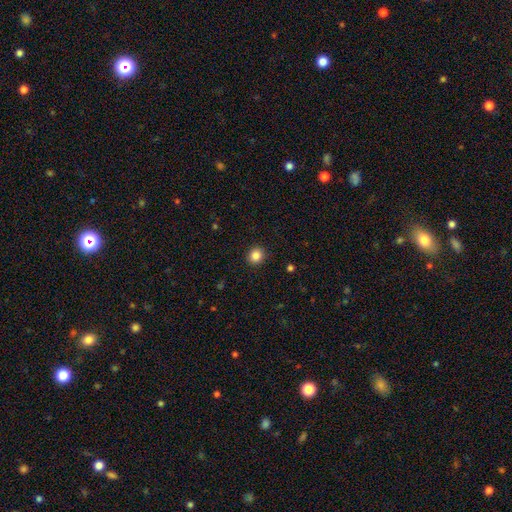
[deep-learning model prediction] This is clearly a smooth galaxy (86%). How rounded: clearly round (87%). Merging: clearly none (92%).